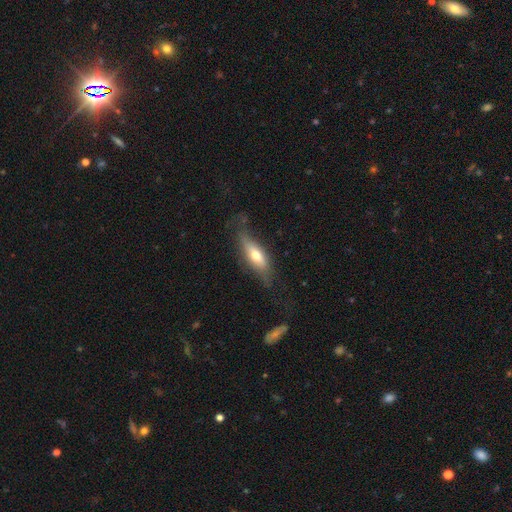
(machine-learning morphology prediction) A smooth galaxy with no disk features (55%) that is in between round and cigar-shaped (56%). Merging: none (58%).